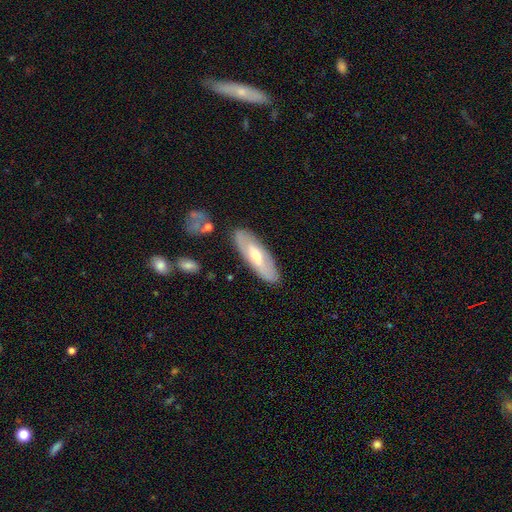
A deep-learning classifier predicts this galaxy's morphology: A featured or disk galaxy (52%). Merging: none (84%).